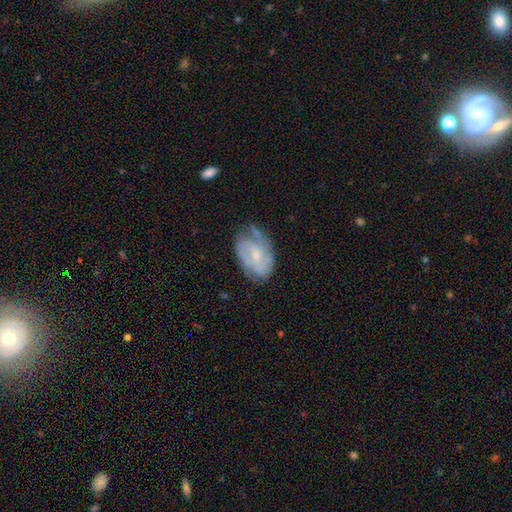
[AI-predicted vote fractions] Q: Smooth or featured?
A: featured or disk (70%); runner-up: smooth (24%)
Q: Edge-on disk?
A: no (96%); runner-up: yes (4%)
Q: Bar?
A: no (46%); runner-up: weak (45%)
Q: Spiral arms?
A: yes (87%); runner-up: no (13%)
Q: Spiral winding?
A: medium (42%); runner-up: tight (41%)
Q: Spiral arm count?
A: 2 (45%); runner-up: can't tell (30%)
Q: Bulge size?
A: small (57%); runner-up: moderate (33%)
Q: Merging?
A: none (58%); runner-up: minor disturbance (28%)